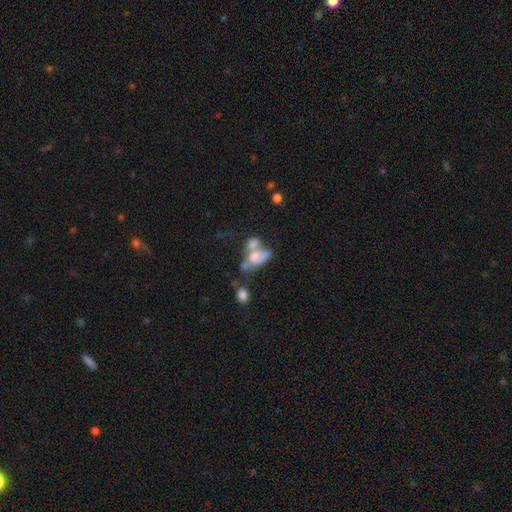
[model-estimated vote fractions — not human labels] Overall: smooth (56%; featured or disk 33%). How rounded: in between (83%). Merging: merger (59%).